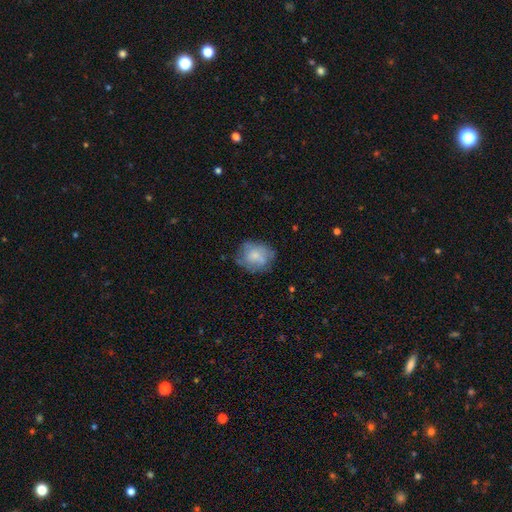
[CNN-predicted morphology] Q: Smooth or featured?
A: smooth (59%); runner-up: featured or disk (32%)
Q: How rounded?
A: round (57%); runner-up: in between (42%)
Q: Merging?
A: none (60%); runner-up: minor disturbance (26%)